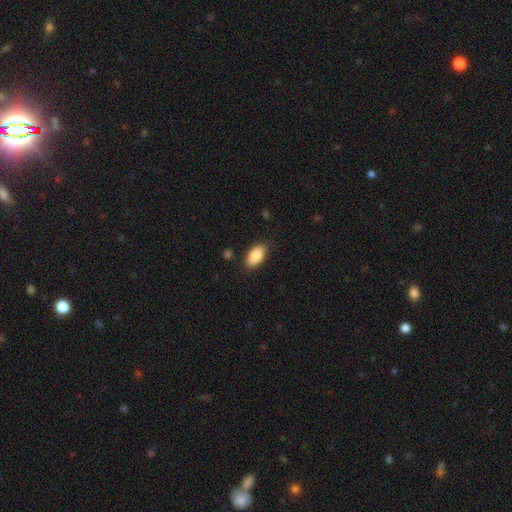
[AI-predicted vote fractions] Smooth or featured?
  - smooth: 88% *
  - star or artifact: 7%
  - featured or disk: 6%
How rounded?
  - in between: 93% *
  - round: 4%
  - cigar-shaped: 3%
Merging?
  - none: 85% *
  - minor disturbance: 11%
  - major disturbance: 3%
  - merger: 1%